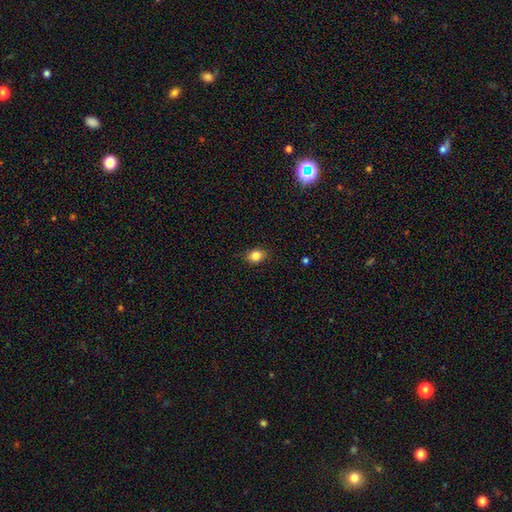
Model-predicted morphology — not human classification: The model was most divided on "how rounded": in between: 53%, round: 46%, cigar-shaped: 1%. More confident: merging — none (84%); smooth or featured — smooth (83%).